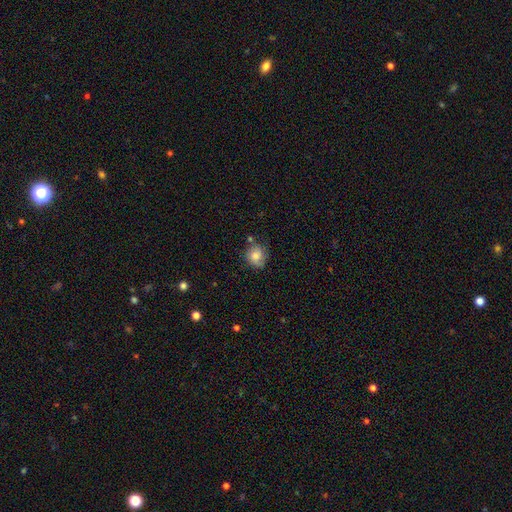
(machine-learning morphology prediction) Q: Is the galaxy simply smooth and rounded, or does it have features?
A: smooth — 66%.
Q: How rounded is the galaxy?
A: round — 74%.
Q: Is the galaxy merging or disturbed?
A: none — 61%.